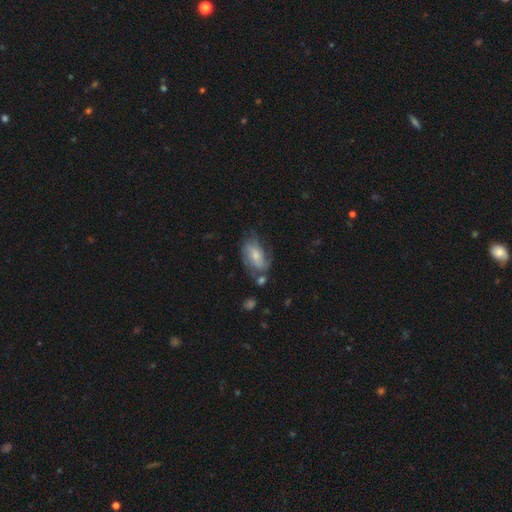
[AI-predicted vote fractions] Smooth or featured: smooth — 48% (featured or disk — 45%)
Merging: none — 47% (minor disturbance — 28%)